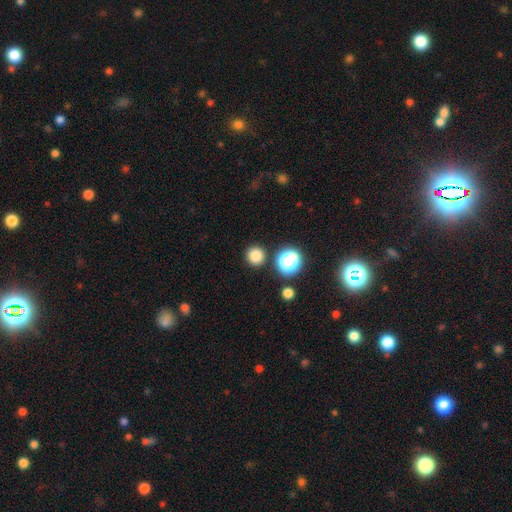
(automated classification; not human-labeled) A smooth galaxy with no disk features (80%) that is round (94%). Merging: none (88%).